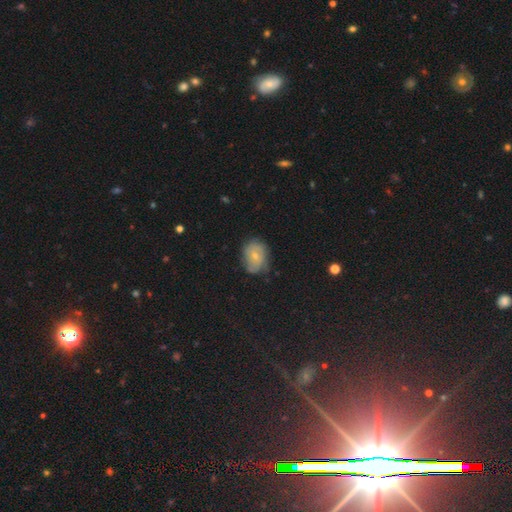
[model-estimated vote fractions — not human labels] smooth 54%, featured or disk 36%, star or artifact 9%. Down the decision tree: how rounded — in between (60%); merging — none (59%).